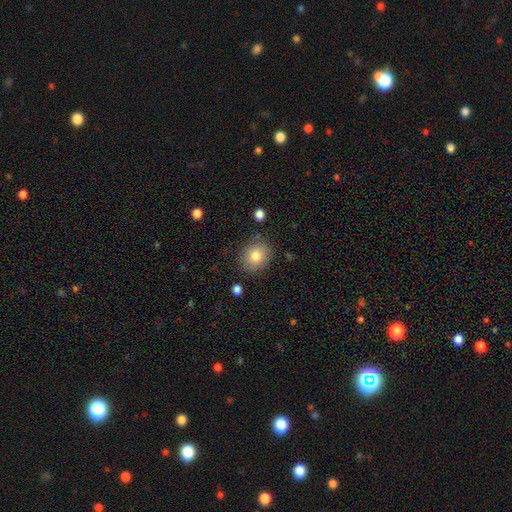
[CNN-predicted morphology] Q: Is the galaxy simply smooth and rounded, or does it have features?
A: smooth — 80%.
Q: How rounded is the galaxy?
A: round — 74%.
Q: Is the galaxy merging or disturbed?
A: none — 83%.